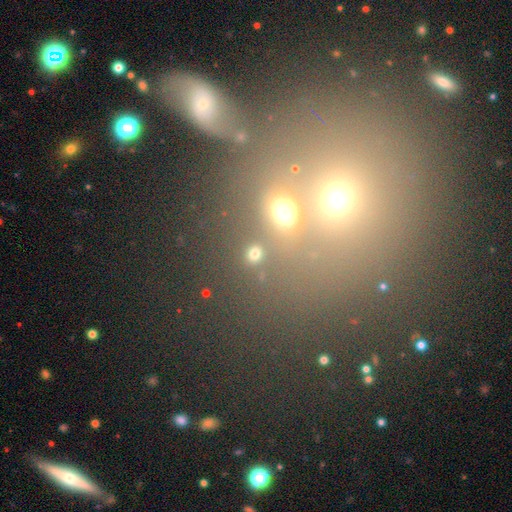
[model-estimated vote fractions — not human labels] smooth 70%, star or artifact 22%, featured or disk 7%. Down the decision tree: how rounded — round (81%); merging — none (78%).